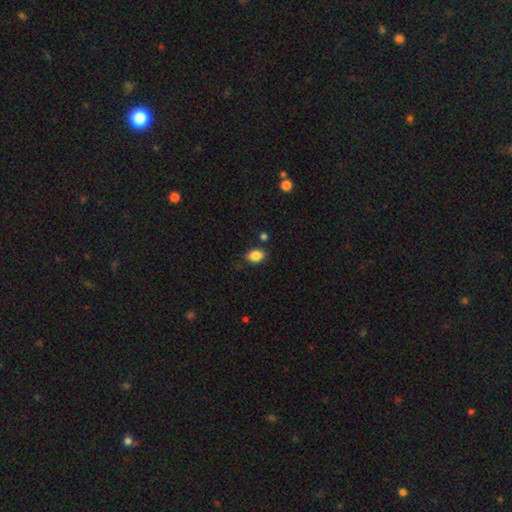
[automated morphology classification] Smooth or featured?
  - smooth: 86% *
  - star or artifact: 9%
  - featured or disk: 5%
How rounded?
  - in between: 80% *
  - round: 18%
  - cigar-shaped: 1%
Merging?
  - none: 82% *
  - minor disturbance: 12%
  - major disturbance: 3%
  - merger: 3%